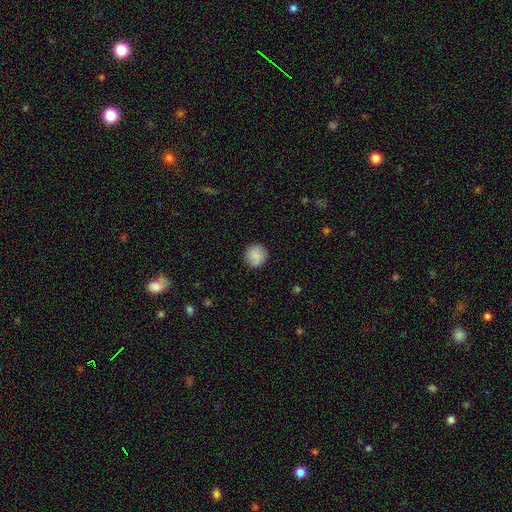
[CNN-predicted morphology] smooth_or_featured: smooth (p=0.87) [alt: star or artifact p=0.07]
how_rounded: round (p=0.93) [alt: in between p=0.06]
merging: none (p=0.88) [alt: minor disturbance p=0.09]